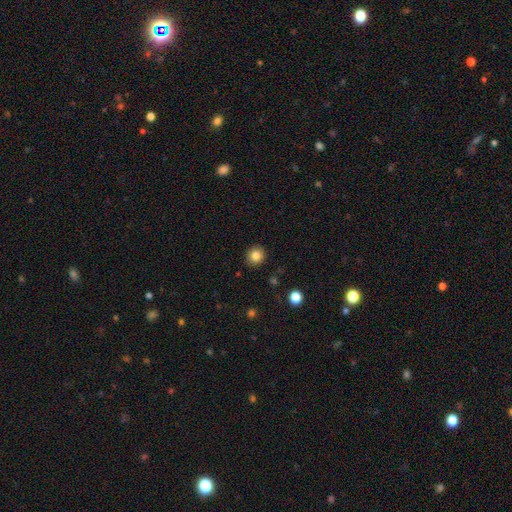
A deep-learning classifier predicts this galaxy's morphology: Smooth or featured: smooth — 83% (star or artifact — 11%)
How rounded: round — 85% (in between — 14%)
Merging: none — 90% (minor disturbance — 7%)